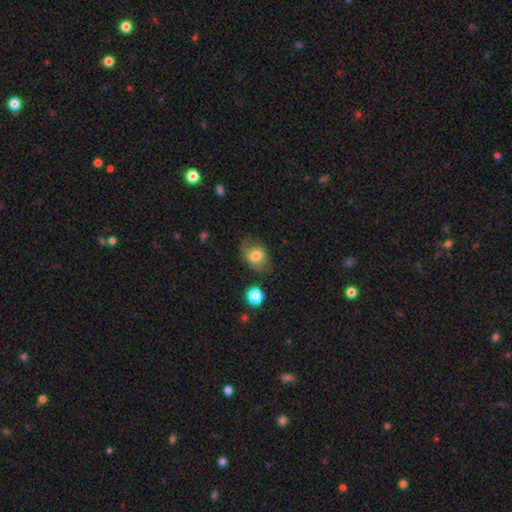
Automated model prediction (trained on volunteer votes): Q: Smooth or featured?
A: smooth (73%); runner-up: featured or disk (18%)
Q: How rounded?
A: in between (61%); runner-up: round (38%)
Q: Merging?
A: none (59%); runner-up: minor disturbance (26%)